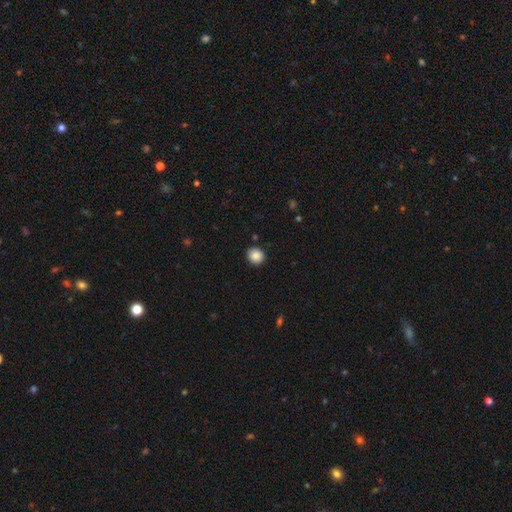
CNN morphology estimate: smooth_or_featured: smooth (p=0.87) [alt: star or artifact p=0.09]
how_rounded: round (p=0.85) [alt: in between p=0.14]
merging: none (p=0.90) [alt: minor disturbance p=0.07]